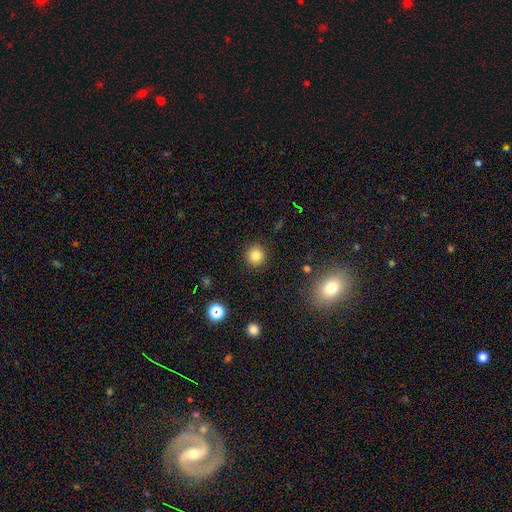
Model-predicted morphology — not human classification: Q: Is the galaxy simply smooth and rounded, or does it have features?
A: smooth — 82%.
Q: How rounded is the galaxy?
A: round — 94%.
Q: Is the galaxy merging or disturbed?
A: none — 90%.